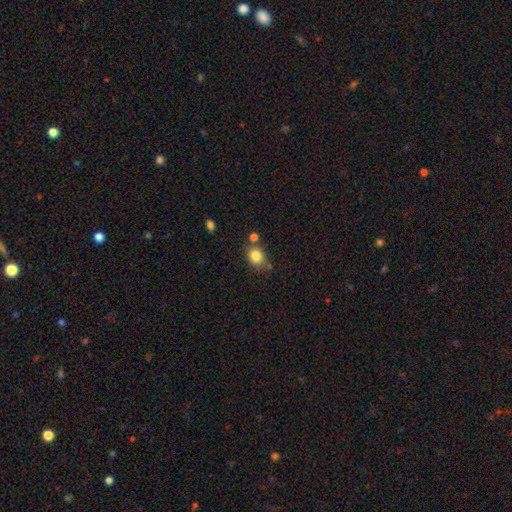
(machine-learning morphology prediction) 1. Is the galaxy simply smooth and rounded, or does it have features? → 83% smooth, 10% star or artifact, 7% featured or disk.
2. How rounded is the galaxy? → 50% in between, 49% round, 1% cigar-shaped.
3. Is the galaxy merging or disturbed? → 69% none, 15% minor disturbance, 13% merger, 4% major disturbance.